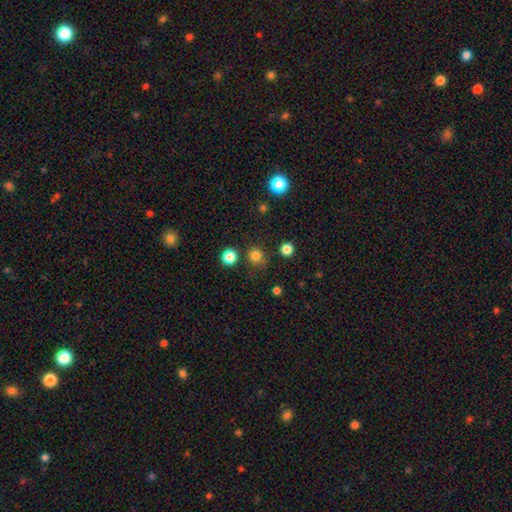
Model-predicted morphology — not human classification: Smooth or featured: smooth — 79% (star or artifact — 17%)
How rounded: round — 92% (in between — 7%)
Merging: none — 84% (minor disturbance — 8%)